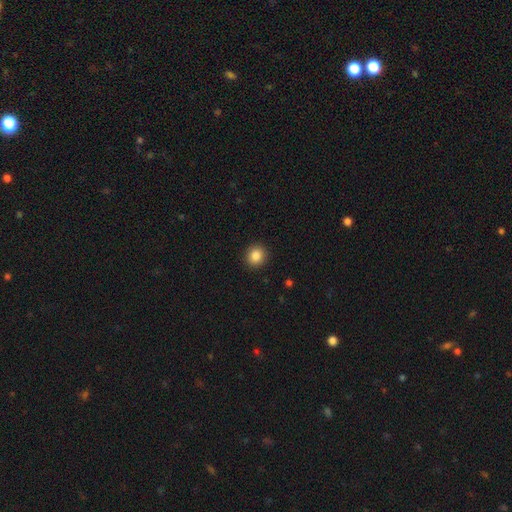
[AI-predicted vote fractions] Morphology: type=smooth (86%); roundness=round (87%); merging=none (92%).